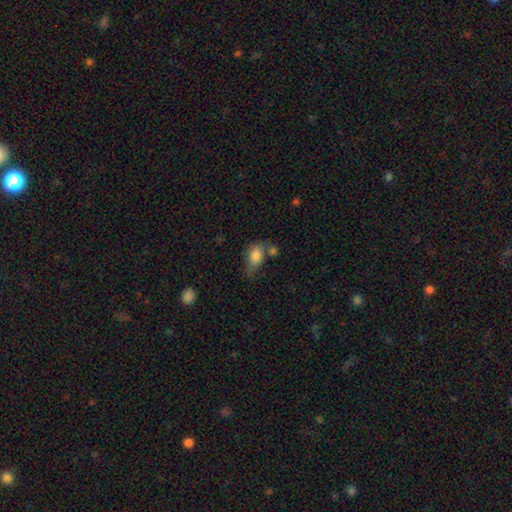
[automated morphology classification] This appears to be a smooth galaxy with no disk features (80%) that is in between round and cigar-shaped (85%). Merging: none (37%).